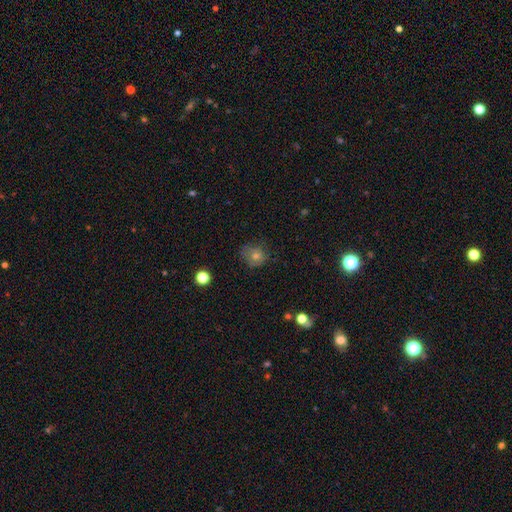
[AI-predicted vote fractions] The model was most divided on "smooth or featured": smooth: 60%, star or artifact: 23%, featured or disk: 18%. More confident: how rounded — round (82%); merging — none (73%).